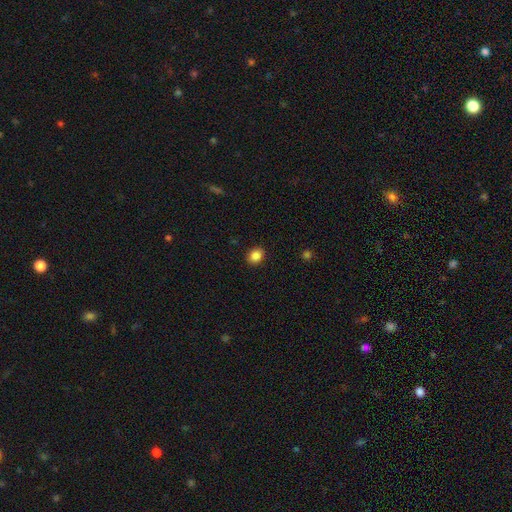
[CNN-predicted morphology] A smooth galaxy with no disk features (86%) that is round (58%).

Vote fractions:
- Smooth or featured? smooth: 86% / star or artifact: 10% / featured or disk: 4%
- How rounded? round: 58% / in between: 41% / cigar-shaped: 1%
- Merging? none: 90% / minor disturbance: 7% / major disturbance: 2% / merger: 1%